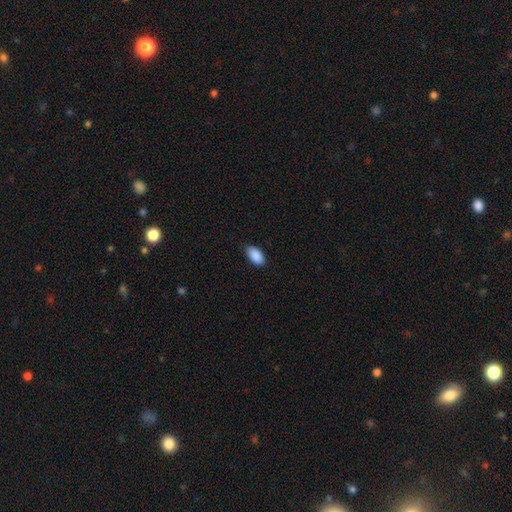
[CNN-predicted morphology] This appears to be a smooth galaxy with no disk features (90%) that is in between round and cigar-shaped (95%). Merging: none (84%).